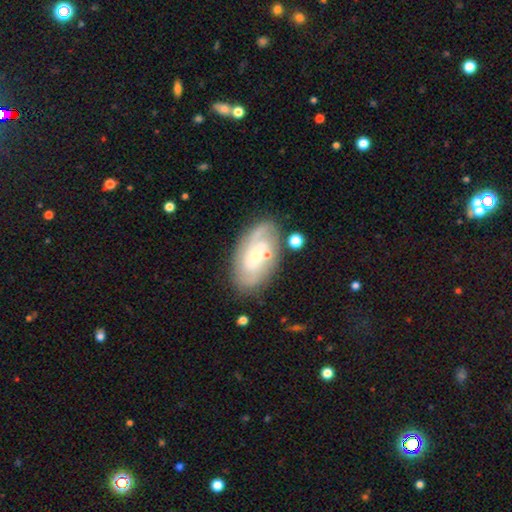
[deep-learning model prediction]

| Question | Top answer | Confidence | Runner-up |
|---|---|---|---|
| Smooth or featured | featured or disk | 70% | smooth (23%) |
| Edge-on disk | no | 94% | yes (6%) |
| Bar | no | 54% | weak (36%) |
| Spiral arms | yes | 84% | no (16%) |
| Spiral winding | tight | 50% | medium (35%) |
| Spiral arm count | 2 | 41% | can't tell (35%) |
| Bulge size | small | 62% | moderate (33%) |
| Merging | none | 69% | minor disturbance (17%) |